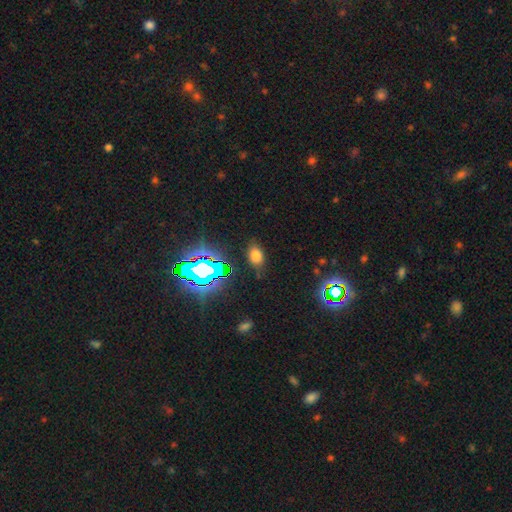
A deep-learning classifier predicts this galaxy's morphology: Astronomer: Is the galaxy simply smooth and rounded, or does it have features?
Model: smooth — 65%.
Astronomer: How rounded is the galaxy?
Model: in between — 82%.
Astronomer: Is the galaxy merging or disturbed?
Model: none — 78%.